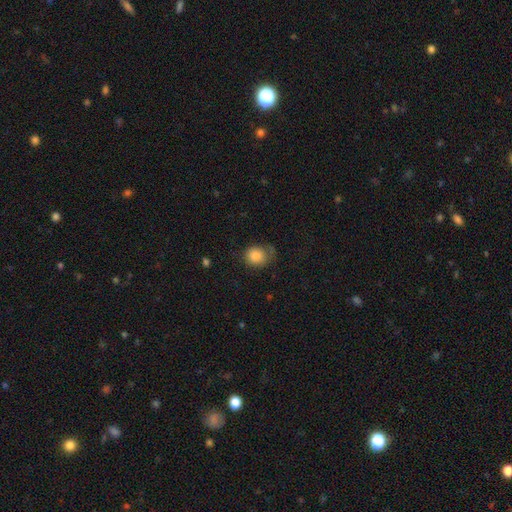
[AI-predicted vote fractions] The model was most divided on "merging": none: 61%, minor disturbance: 27%, major disturbance: 9%, merger: 3%. More confident: smooth or featured — smooth (86%); how rounded — round (75%).